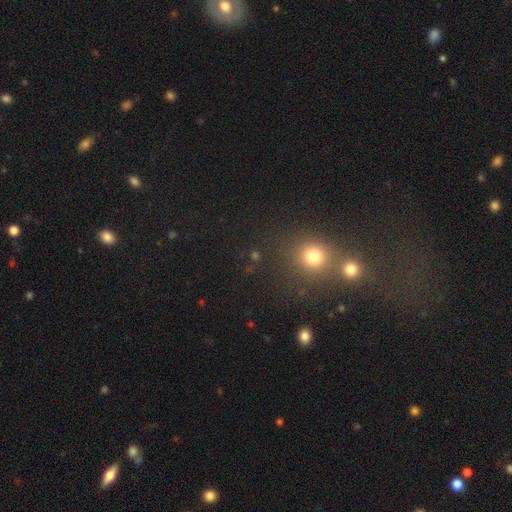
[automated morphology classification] A smooth galaxy with no disk features (60%) that is round (87%).

Vote fractions:
- Smooth or featured? smooth: 60% / star or artifact: 33% / featured or disk: 7%
- How rounded? round: 87% / in between: 11% / cigar-shaped: 1%
- Merging? none: 73% / merger: 15% / minor disturbance: 7% / major disturbance: 4%